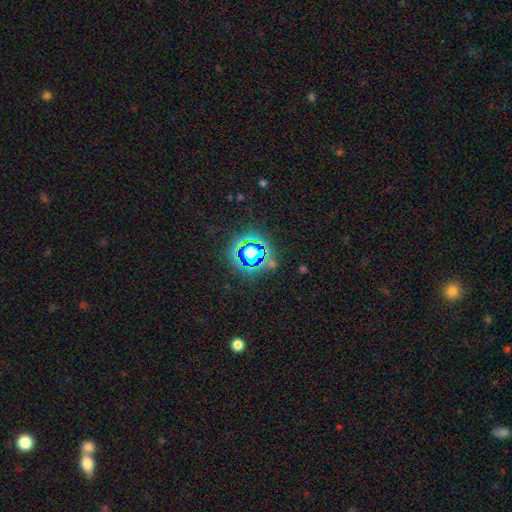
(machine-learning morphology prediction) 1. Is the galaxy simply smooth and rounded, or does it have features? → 77% star or artifact, 15% smooth, 8% featured or disk.